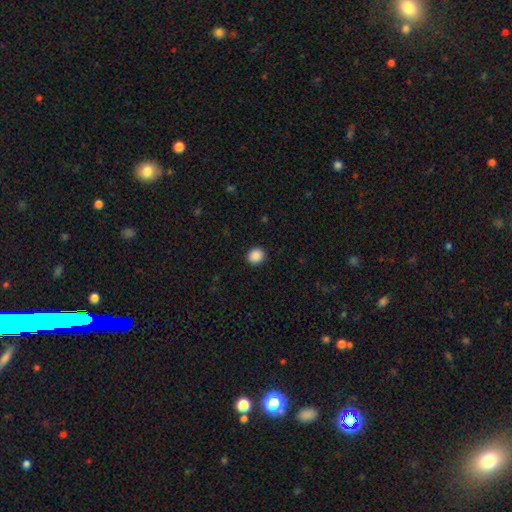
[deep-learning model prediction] This is clearly a smooth galaxy (89%). How rounded: clearly round (87%). Merging: clearly none (92%).